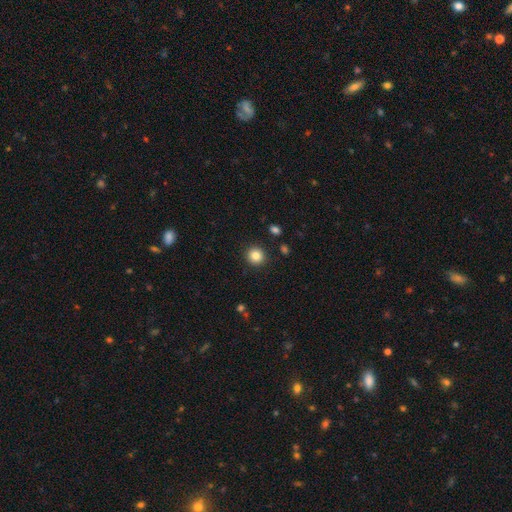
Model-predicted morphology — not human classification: A smooth galaxy with no disk features (85%) that is round (92%).

Vote fractions:
- Smooth or featured? smooth: 85% / star or artifact: 10% / featured or disk: 5%
- How rounded? round: 92% / in between: 7% / cigar-shaped: 1%
- Merging? none: 91% / minor disturbance: 5% / major disturbance: 2% / merger: 2%